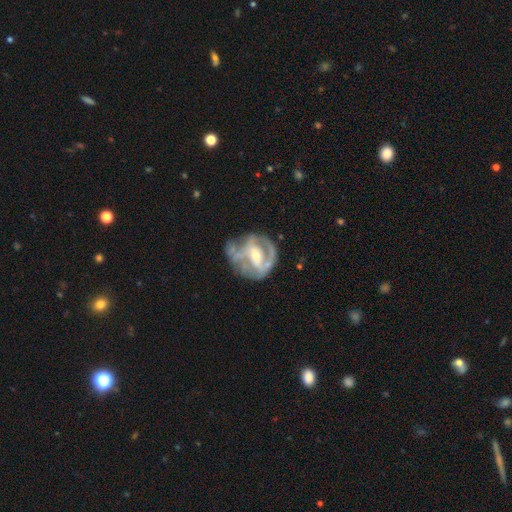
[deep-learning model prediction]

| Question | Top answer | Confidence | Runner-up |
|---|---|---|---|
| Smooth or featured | featured or disk | 80% | smooth (14%) |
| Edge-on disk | no | 97% | yes (3%) |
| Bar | weak | 38% | no (36%) |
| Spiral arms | yes | 78% | no (22%) |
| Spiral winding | medium | 42% | tight (37%) |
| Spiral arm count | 2 | 45% | can't tell (27%) |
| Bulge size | small | 52% | moderate (43%) |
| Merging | none | 44% | minor disturbance (25%) |